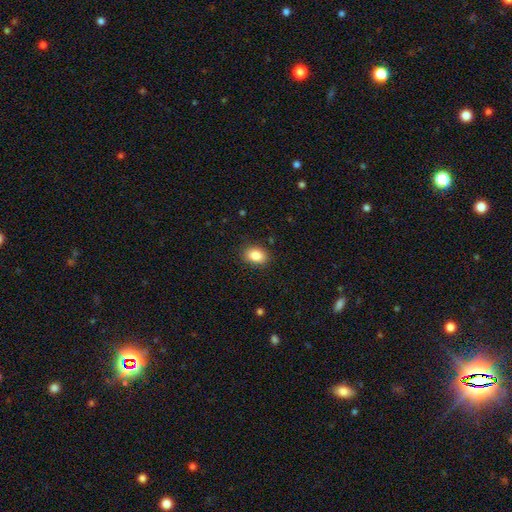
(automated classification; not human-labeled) Smooth or featured: smooth — 86% (star or artifact — 9%)
How rounded: in between — 75% (round — 24%)
Merging: none — 87% (minor disturbance — 10%)